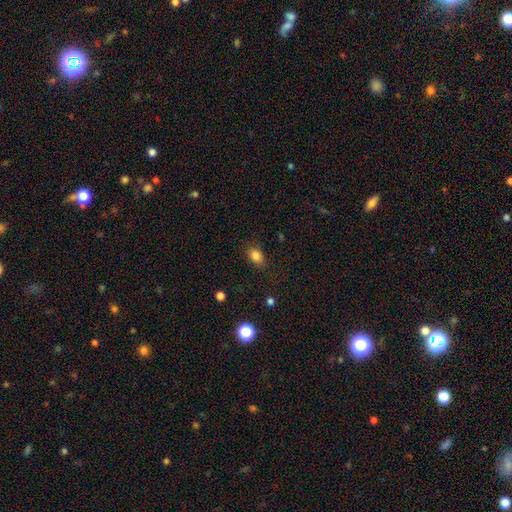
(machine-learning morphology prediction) type=smooth (83%); roundness=in between (72%); merging=none (82%).